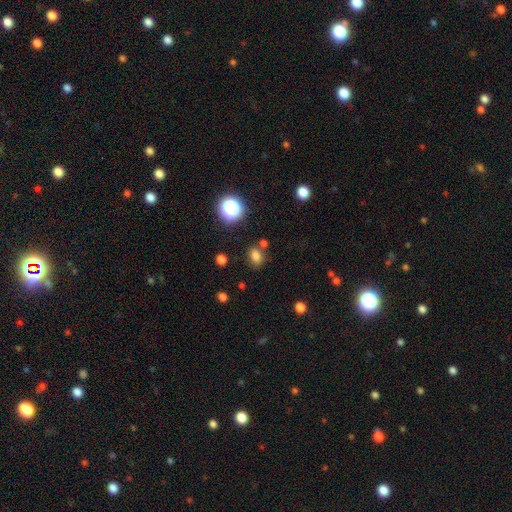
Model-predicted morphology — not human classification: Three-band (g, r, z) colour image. It shows a smooth galaxy with no disk features (76%) that is in between round and cigar-shaped (63%). Merging: none (71%).